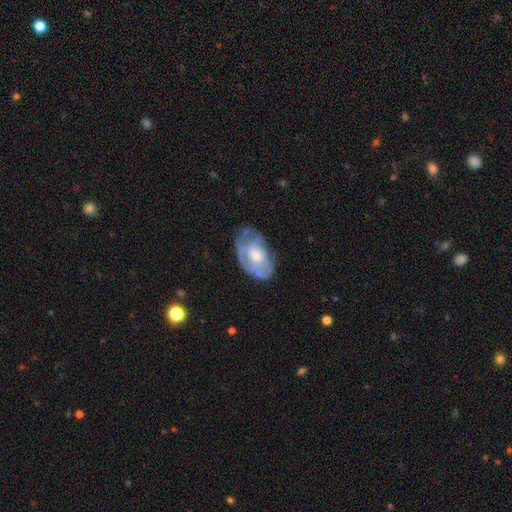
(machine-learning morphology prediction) This appears to be a featured or disk galaxy (54%) with no bar (80%), no spiral arms (59%) and a moderate central bulge (56%). Merging: none (49%).